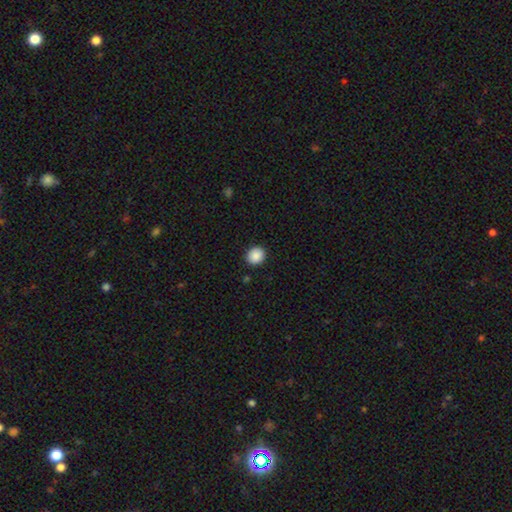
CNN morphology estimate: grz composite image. It shows a smooth galaxy with no disk features (89%) that is round (80%). Merging: none (91%).